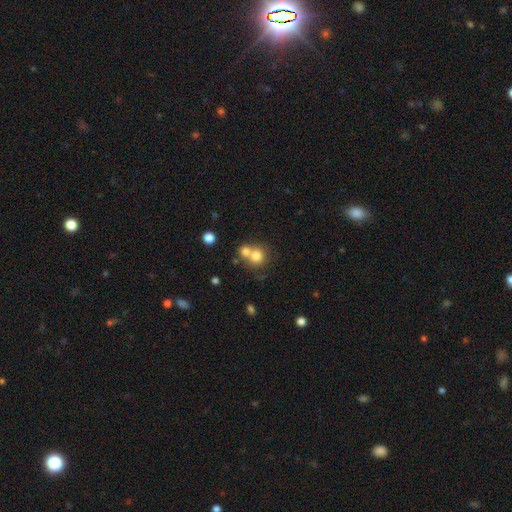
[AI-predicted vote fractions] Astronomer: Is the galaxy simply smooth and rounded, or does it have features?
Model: smooth — 75%.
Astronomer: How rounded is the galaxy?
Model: round — 85%.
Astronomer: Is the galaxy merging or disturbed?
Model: merger — 49% (runner-up: none, 41%).